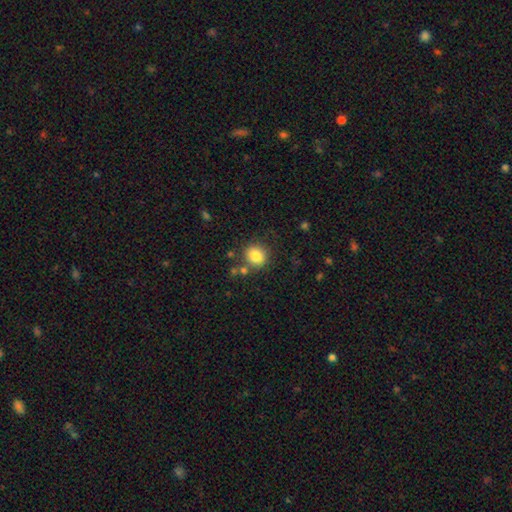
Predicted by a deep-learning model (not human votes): Smooth or featured?
  - smooth: 83% *
  - star or artifact: 11%
  - featured or disk: 7%
How rounded?
  - round: 86% *
  - in between: 13%
  - cigar-shaped: 1%
Merging?
  - none: 79% *
  - minor disturbance: 11%
  - merger: 7%
  - major disturbance: 4%